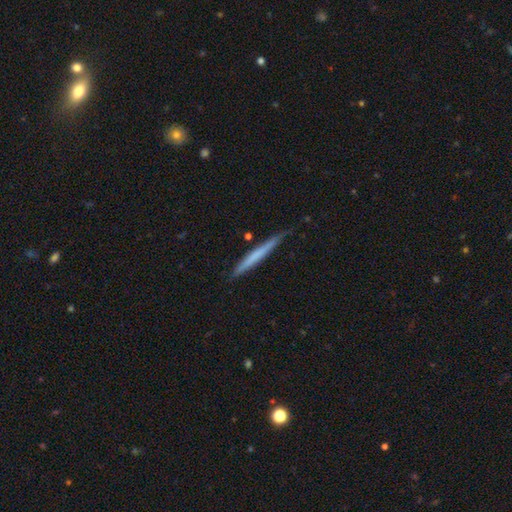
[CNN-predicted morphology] smooth 55%, featured or disk 40%, star or artifact 5%. Down the decision tree: how rounded — cigar-shaped (97%); merging — none (83%).